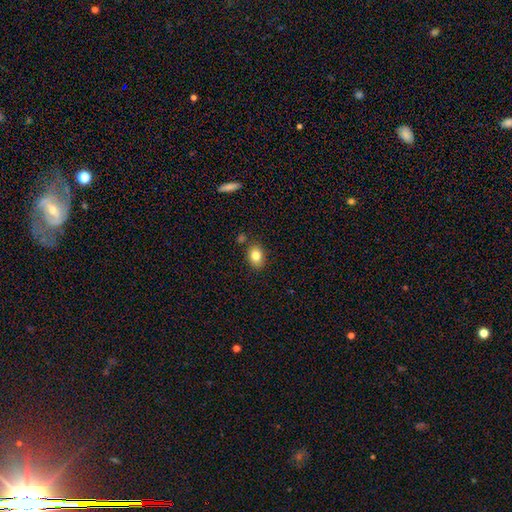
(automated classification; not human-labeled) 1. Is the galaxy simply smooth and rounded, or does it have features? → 83% smooth, 9% star or artifact, 8% featured or disk.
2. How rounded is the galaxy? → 69% in between, 30% round, 1% cigar-shaped.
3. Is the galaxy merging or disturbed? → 79% none, 12% minor disturbance, 6% merger, 3% major disturbance.